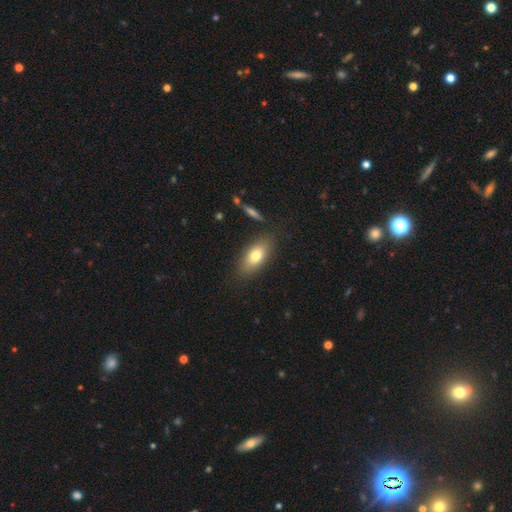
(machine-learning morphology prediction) smooth_or_featured: smooth (p=0.75) [alt: featured or disk p=0.17]
how_rounded: in between (p=0.85) [alt: cigar-shaped p=0.10]
merging: none (p=0.82) [alt: minor disturbance p=0.12]